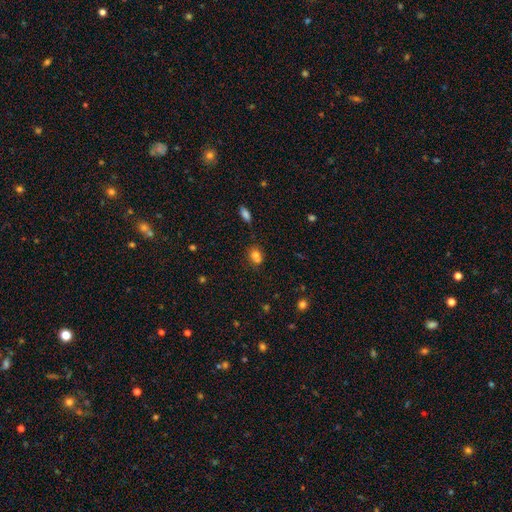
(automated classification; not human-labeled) smooth-or-featured: smooth: 75% | star or artifact: 13% | featured or disk: 12%
  how-rounded: round: 55% | in between: 44% | cigar-shaped: 1%
  merging: none: 44% | merger: 36% | minor disturbance: 15% | major disturbance: 5%